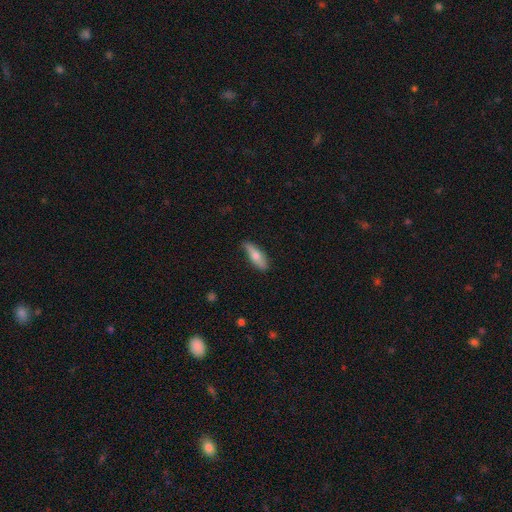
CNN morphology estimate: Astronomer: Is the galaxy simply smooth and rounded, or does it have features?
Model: smooth — 65%.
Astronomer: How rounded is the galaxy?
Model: cigar-shaped — 53% (runner-up: in between, 45%).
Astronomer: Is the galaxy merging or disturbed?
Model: none — 77%.